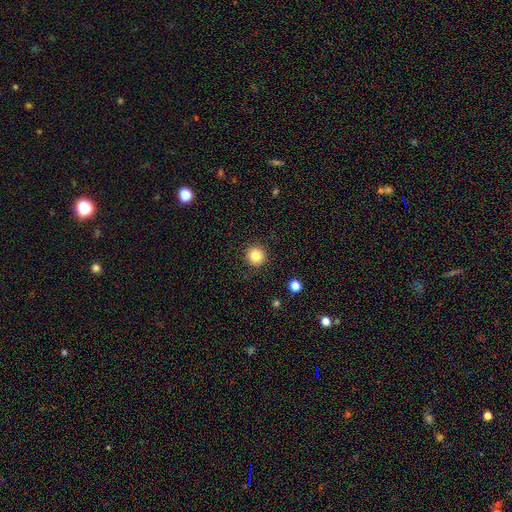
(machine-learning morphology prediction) smooth-or-featured: smooth: 83% | star or artifact: 11% | featured or disk: 6%
  how-rounded: round: 95% | in between: 4% | cigar-shaped: 1%
  merging: none: 91% | minor disturbance: 6% | major disturbance: 2% | merger: 1%